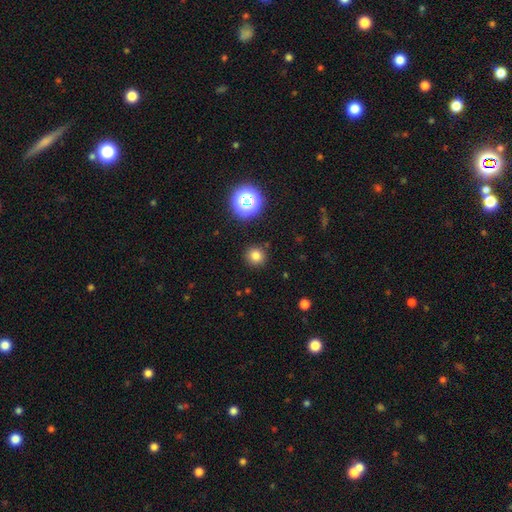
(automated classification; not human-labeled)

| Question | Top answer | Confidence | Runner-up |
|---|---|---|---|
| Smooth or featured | smooth | 77% | star or artifact (17%) |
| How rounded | round | 92% | in between (7%) |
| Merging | none | 89% | minor disturbance (6%) |